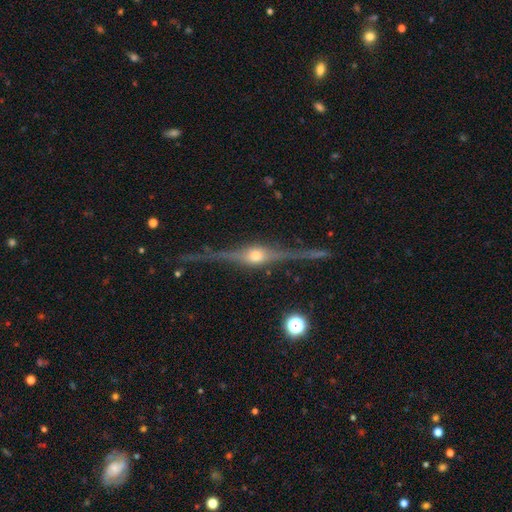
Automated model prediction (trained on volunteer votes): This is clearly a featured or disk galaxy (88%). It is clearly viewed edge-on (97%). Edge-on bulge: clearly rounded (94%). Merging: clearly none (84%).